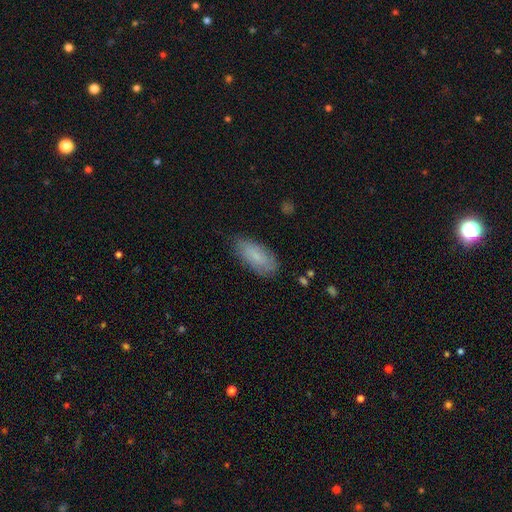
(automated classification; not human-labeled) This is likely a smooth galaxy (74%). How rounded: clearly in between (85%). Merging: likely none (79%).